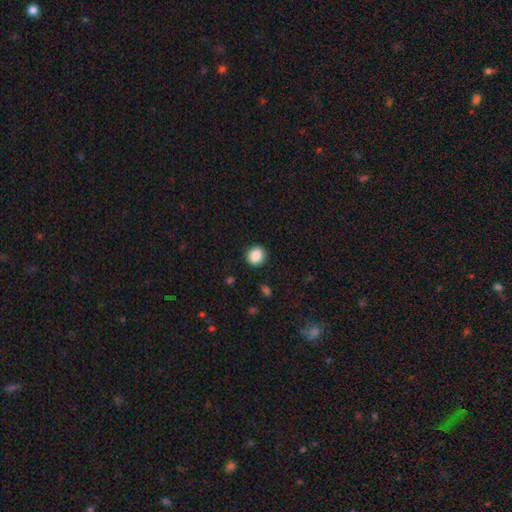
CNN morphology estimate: Smooth or featured? smooth (88%)
How rounded? round (71%)
Merging? none (88%)